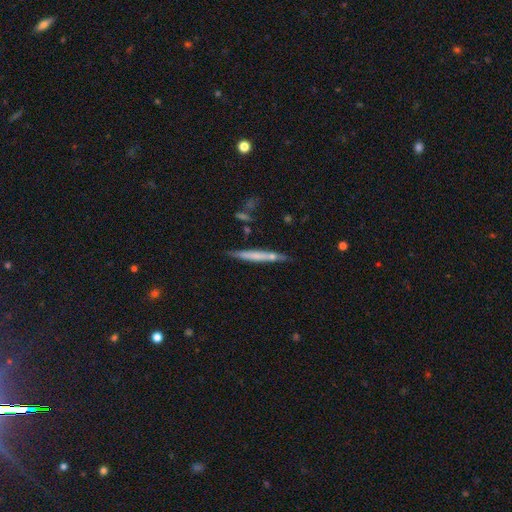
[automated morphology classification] A smooth galaxy with no disk features (56%) that is cigar-shaped (95%).

Vote fractions:
- Smooth or featured? smooth: 56% / featured or disk: 38% / star or artifact: 6%
- How rounded? cigar-shaped: 95% / in between: 4% / round: 2%
- Merging? none: 77% / minor disturbance: 14% / merger: 5% / major disturbance: 3%